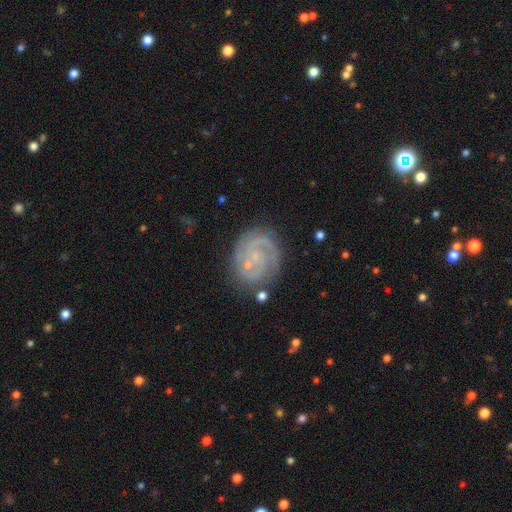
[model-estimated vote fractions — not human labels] A featured or disk galaxy (87%) with no bar (67%), 2 (48%) tight (63%) spiral arms (97%) and a small central bulge (80%).

Vote fractions:
- Smooth or featured? featured or disk: 87% / smooth: 7% / star or artifact: 6%
- Edge-on disk? no: 98% / yes: 2%
- Bar? no: 67% / weak: 27% / strong: 6%
- Spiral arms? yes: 97% / no: 3%
- Spiral winding? tight: 63% / medium: 31% / loose: 6%
- Spiral arm count? 2: 48% / 3: 23% / can't tell: 14% / 1: 6% / 4: 5% / more than 4: 4%
- Bulge size? small: 80% / moderate: 13% / none: 6% / large: 1% / dominant: 1%
- Merging? none: 74% / minor disturbance: 16% / major disturbance: 7% / merger: 3%